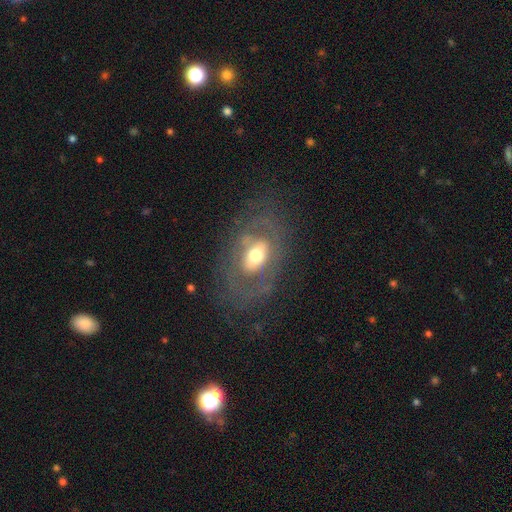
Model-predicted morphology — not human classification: This is possibly a featured or disk galaxy (58%). It is clearly not viewed edge-on (91%). Bar: likely no (61%). Spiral arm pattern: likely no (67%). Central bulge: likely moderate (63%). Merging: likely none (66%).